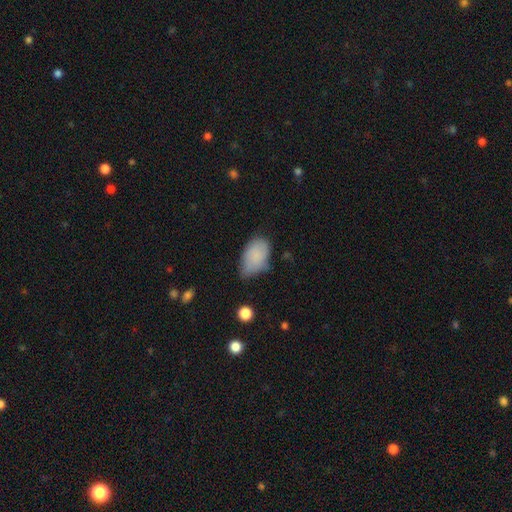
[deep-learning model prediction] Overall: smooth (84%). How rounded: in between (92%). Merging: none (52%; minor disturbance 38%).